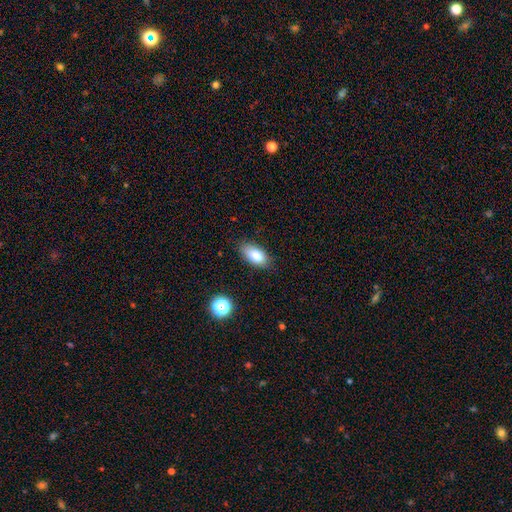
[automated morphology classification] Smooth or featured: smooth — 81% (featured or disk — 11%)
How rounded: in between — 92% (round — 5%)
Merging: none — 84% (minor disturbance — 12%)